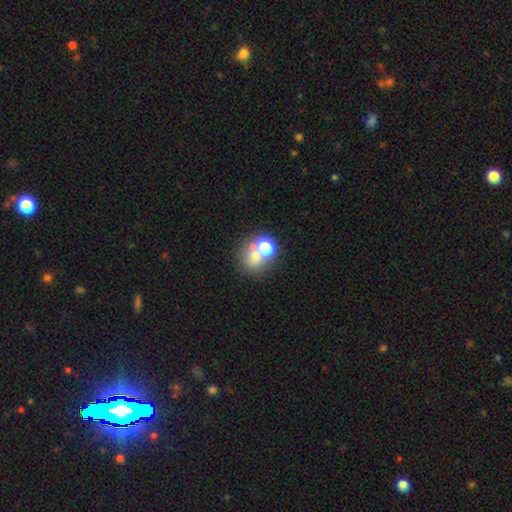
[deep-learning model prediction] smooth-or-featured: smooth: 62% | featured or disk: 21% | star or artifact: 17%
  how-rounded: round: 73% | in between: 26% | cigar-shaped: 1%
  merging: merger: 48% | none: 38% | minor disturbance: 8% | major disturbance: 6%